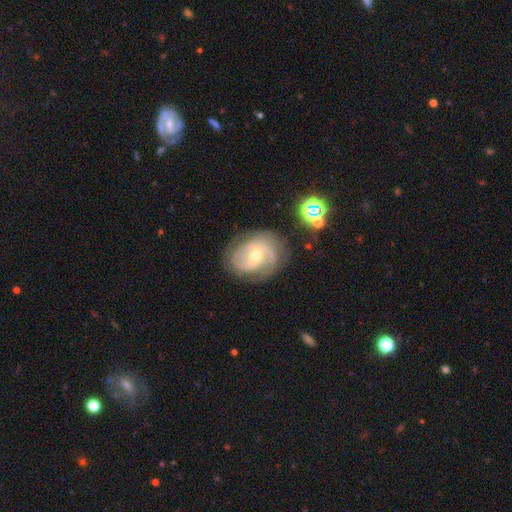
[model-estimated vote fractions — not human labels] Q: Smooth or featured?
A: featured or disk (84%); runner-up: smooth (9%)
Q: Edge-on disk?
A: no (97%); runner-up: yes (3%)
Q: Bar?
A: no (54%); runner-up: weak (35%)
Q: Spiral arms?
A: yes (95%); runner-up: no (5%)
Q: Spiral winding?
A: tight (52%); runner-up: medium (37%)
Q: Spiral arm count?
A: 2 (47%); runner-up: can't tell (20%)
Q: Bulge size?
A: moderate (54%); runner-up: small (43%)
Q: Merging?
A: none (71%); runner-up: minor disturbance (19%)